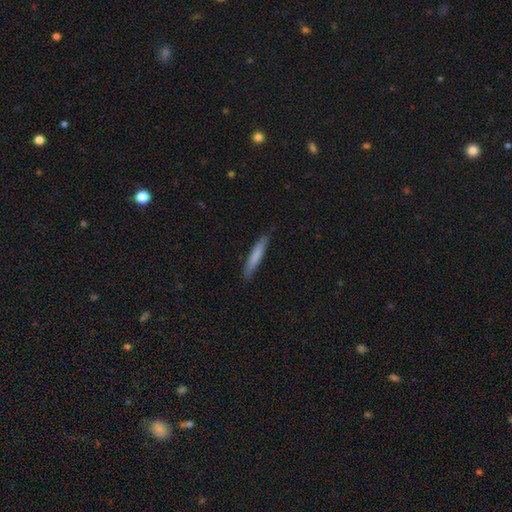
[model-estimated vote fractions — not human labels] A smooth galaxy with no disk features (77%) that is cigar-shaped (94%).

Vote fractions:
- Smooth or featured? smooth: 77% / featured or disk: 18% / star or artifact: 5%
- How rounded? cigar-shaped: 94% / in between: 5% / round: 1%
- Merging? none: 88% / minor disturbance: 9% / major disturbance: 2% / merger: 1%